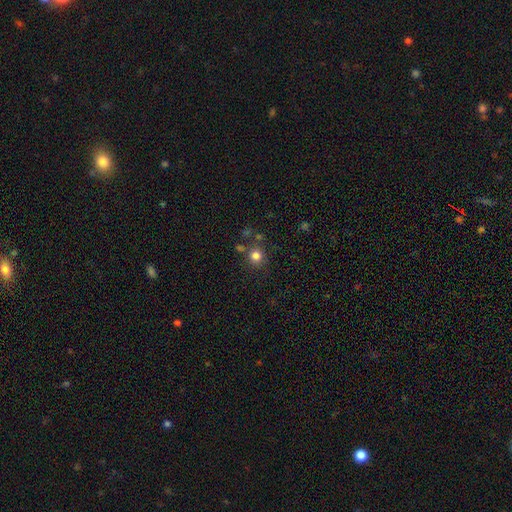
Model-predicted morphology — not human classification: Q: Smooth or featured?
A: smooth (80%); runner-up: star or artifact (14%)
Q: How rounded?
A: round (92%); runner-up: in between (8%)
Q: Merging?
A: none (77%); runner-up: minor disturbance (10%)